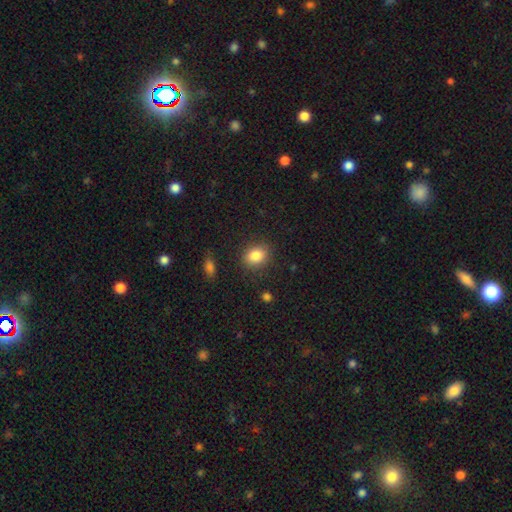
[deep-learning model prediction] The model was most divided on "how rounded": in between: 54%, round: 44%, cigar-shaped: 1%. More confident: merging — none (85%); smooth or featured — smooth (85%).